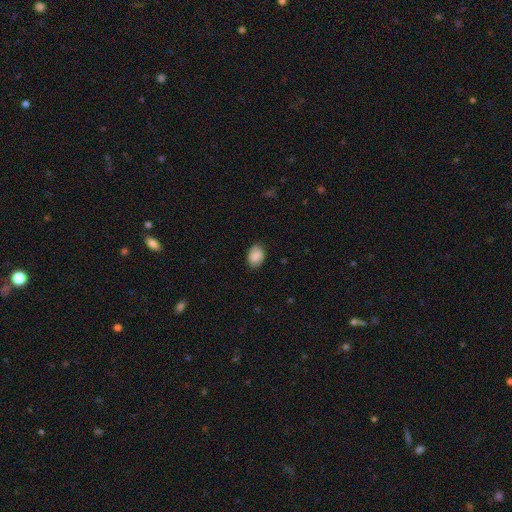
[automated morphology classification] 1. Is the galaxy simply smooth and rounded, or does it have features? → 87% smooth, 7% star or artifact, 6% featured or disk.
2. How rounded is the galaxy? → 75% in between, 24% round, 1% cigar-shaped.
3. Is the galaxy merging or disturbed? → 82% none, 14% minor disturbance, 3% major disturbance, 1% merger.